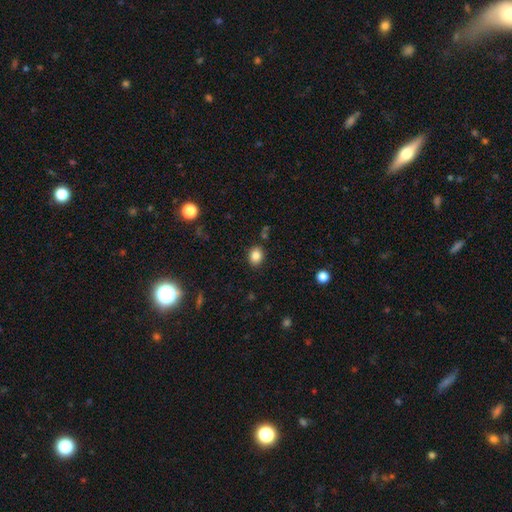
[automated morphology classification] smooth_or_featured: smooth (p=0.84) [alt: star or artifact p=0.11]
how_rounded: round (p=0.58) [alt: in between p=0.41]
merging: none (p=0.86) [alt: minor disturbance p=0.09]